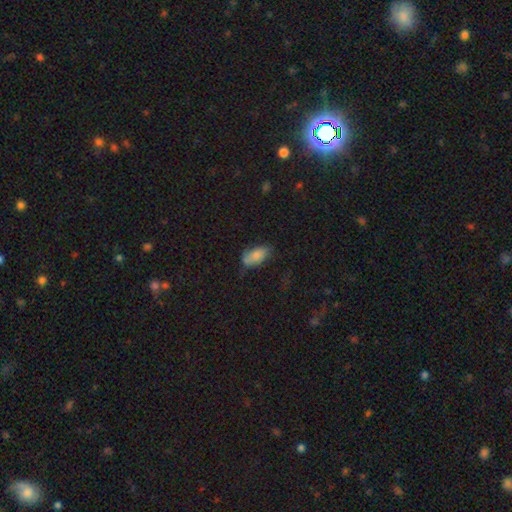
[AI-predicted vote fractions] smooth_or_featured: smooth (p=0.80) [alt: featured or disk p=0.13]
how_rounded: in between (p=0.91) [alt: cigar-shaped p=0.05]
merging: none (p=0.56) [alt: minor disturbance p=0.29]